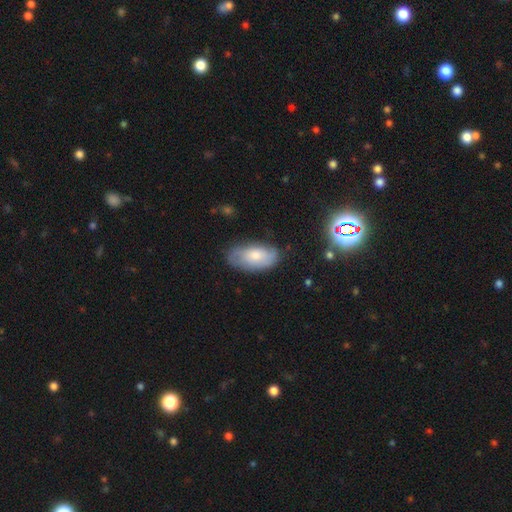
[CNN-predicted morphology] Smooth or featured? Predicted: smooth (p=0.63). How rounded? Predicted: in between (p=0.93). Merging? Predicted: none (p=0.67).